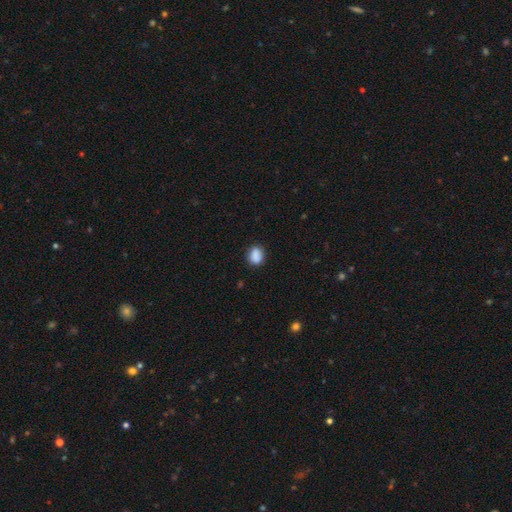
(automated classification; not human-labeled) Overall: smooth (87%). How rounded: in between (55%; round 44%). Merging: none (81%).